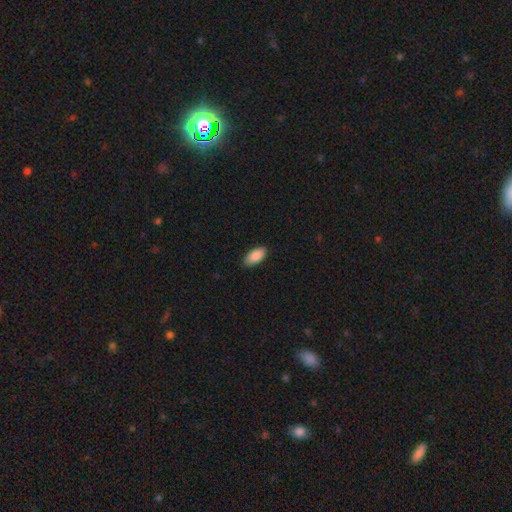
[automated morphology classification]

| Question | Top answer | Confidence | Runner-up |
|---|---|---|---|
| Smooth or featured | smooth | 89% | star or artifact (6%) |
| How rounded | in between | 93% | cigar-shaped (5%) |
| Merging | none | 87% | minor disturbance (10%) |